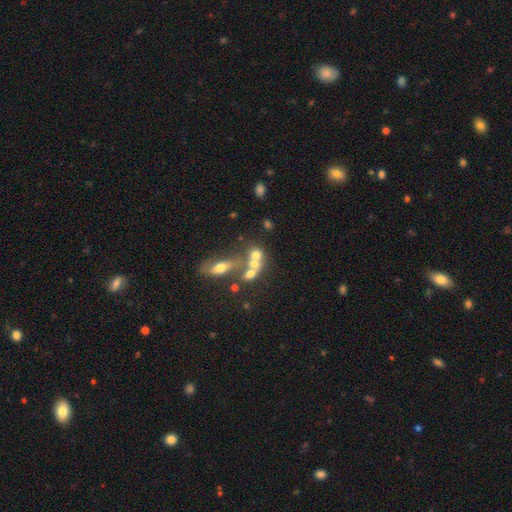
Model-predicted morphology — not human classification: A smooth galaxy with no disk features (59%) that is round (58%).

Vote fractions:
- Smooth or featured? smooth: 59% / featured or disk: 25% / star or artifact: 15%
- How rounded? round: 58% / in between: 38% / cigar-shaped: 4%
- Merging? merger: 55% / none: 30% / minor disturbance: 9% / major disturbance: 7%